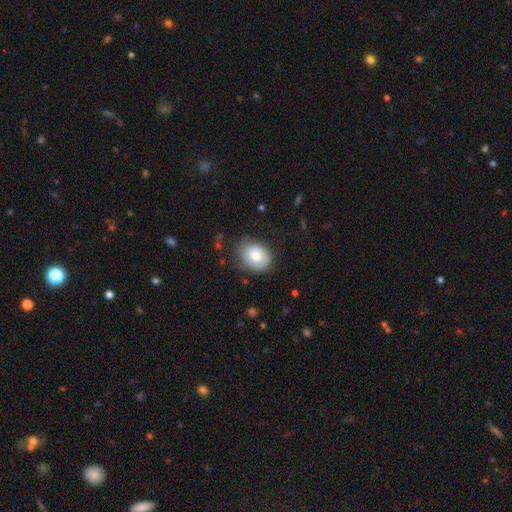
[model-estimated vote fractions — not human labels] smooth_or_featured: smooth (p=0.71) [alt: featured or disk p=0.22]
how_rounded: in between (p=0.57) [alt: round p=0.43]
merging: none (p=0.70) [alt: minor disturbance p=0.22]